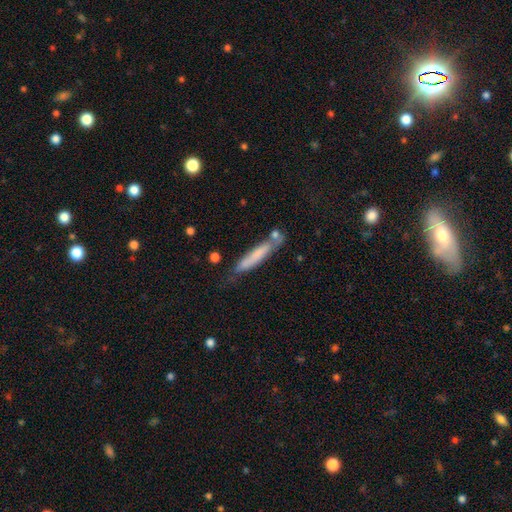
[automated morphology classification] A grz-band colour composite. It shows a smooth galaxy with no disk features (65%) that is cigar-shaped (92%). Merging: none (60%).